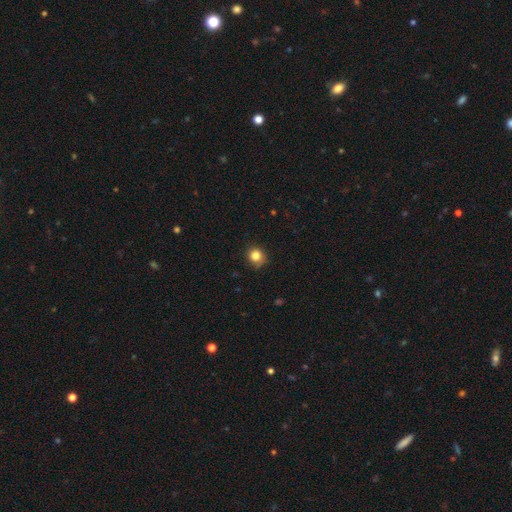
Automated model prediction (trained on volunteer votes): Overall: smooth (84%). How rounded: round (82%). Merging: none (82%).